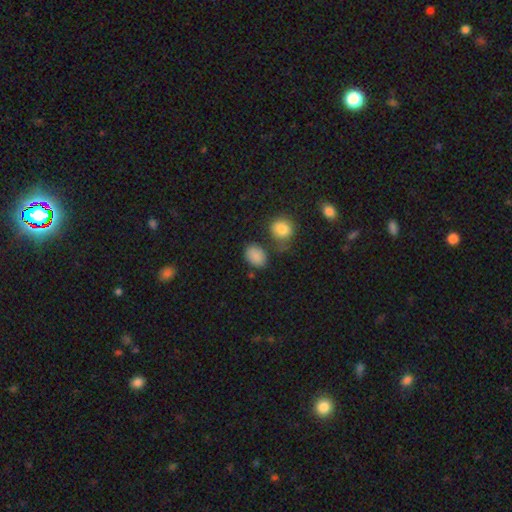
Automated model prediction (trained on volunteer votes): Smooth or featured? Predicted: smooth (p=0.85). How rounded? Predicted: in between (p=0.72). Merging? Predicted: none (p=0.67).